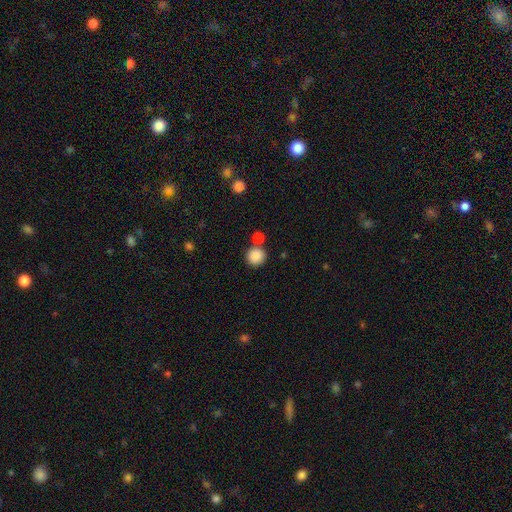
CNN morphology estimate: Smooth or featured: smooth — 87% (star or artifact — 9%)
How rounded: round — 91% (in between — 9%)
Merging: none — 71% (merger — 17%)